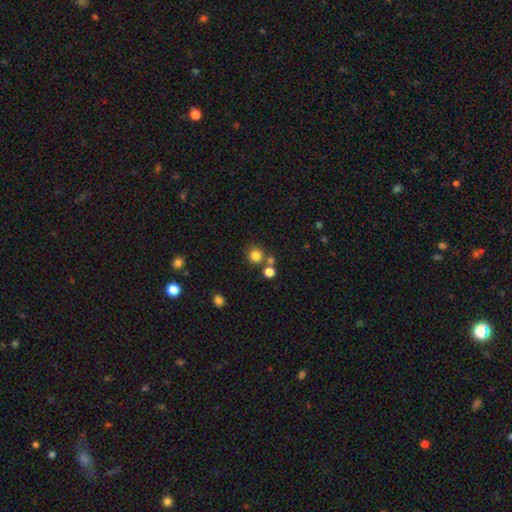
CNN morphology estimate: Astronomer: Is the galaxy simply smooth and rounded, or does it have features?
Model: smooth — 80%.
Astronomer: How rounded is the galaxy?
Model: round — 91%.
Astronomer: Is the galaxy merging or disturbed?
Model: none — 70%.